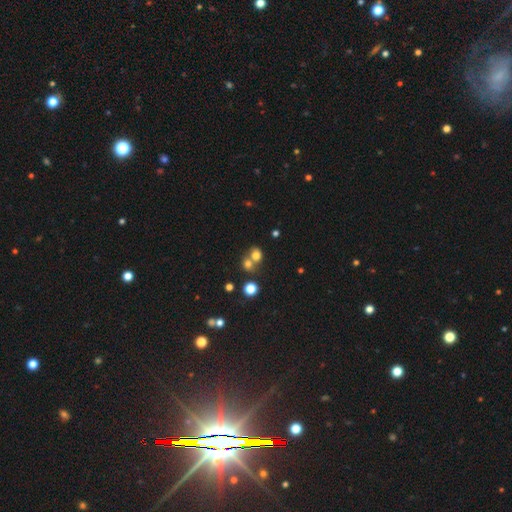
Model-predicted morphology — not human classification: The model was most divided on "merging": merger: 51%, none: 37%, minor disturbance: 8%, major disturbance: 4%. More confident: smooth or featured — smooth (73%); how rounded — round (66%).